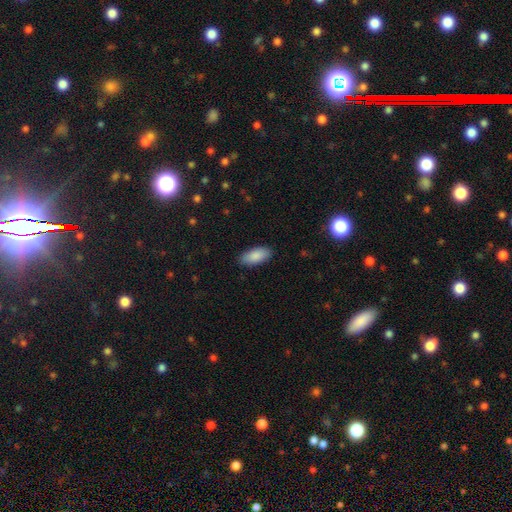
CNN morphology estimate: Overall: smooth (89%). How rounded: in between (90%). Merging: none (87%).